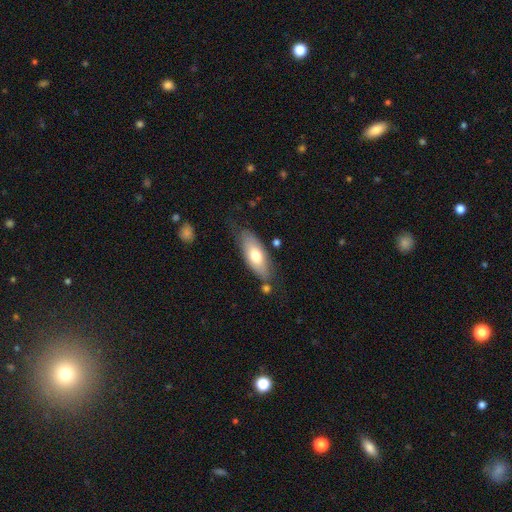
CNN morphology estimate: A smooth galaxy with no disk features (67%) that is in between round and cigar-shaped (75%). Merging: none (69%).